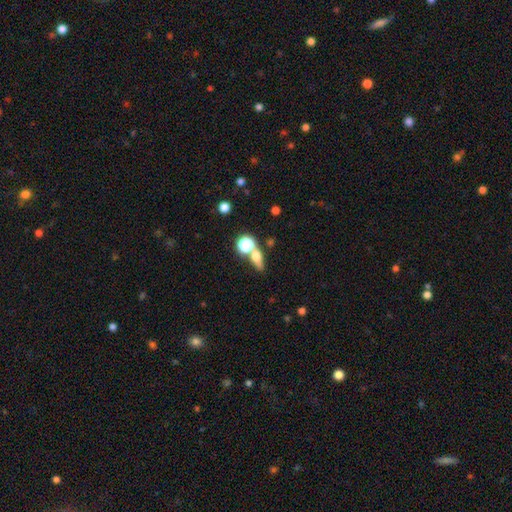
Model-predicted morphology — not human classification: A smooth galaxy with no disk features (57%) that is in between round and cigar-shaped (44%). Merging: none (52%).